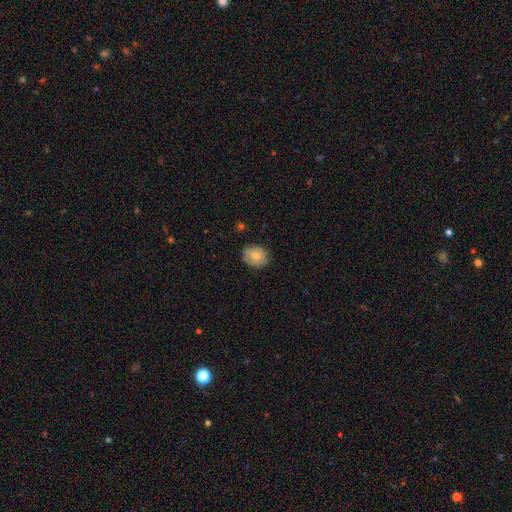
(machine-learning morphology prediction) smooth-or-featured: smooth: 82% | featured or disk: 10% | star or artifact: 8%
  how-rounded: round: 70% | in between: 29% | cigar-shaped: 1%
  merging: none: 81% | minor disturbance: 15% | major disturbance: 3% | merger: 1%